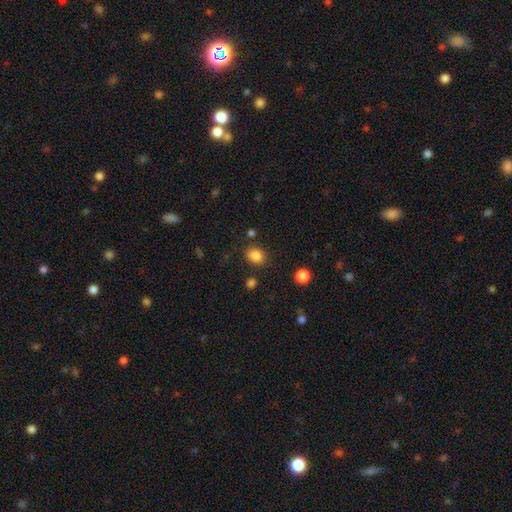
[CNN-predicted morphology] Smooth or featured: smooth — 85% (star or artifact — 11%)
How rounded: round — 52% (in between — 47%)
Merging: none — 80% (minor disturbance — 12%)